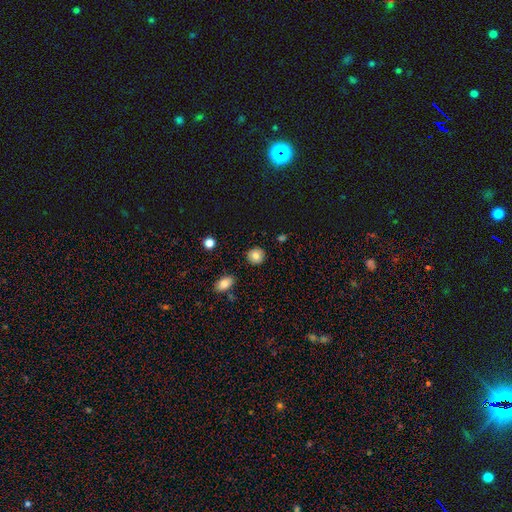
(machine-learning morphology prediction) smooth_or_featured: smooth (p=0.78) [alt: featured or disk p=0.12]
how_rounded: round (p=0.88) [alt: in between p=0.11]
merging: none (p=0.88) [alt: minor disturbance p=0.08]